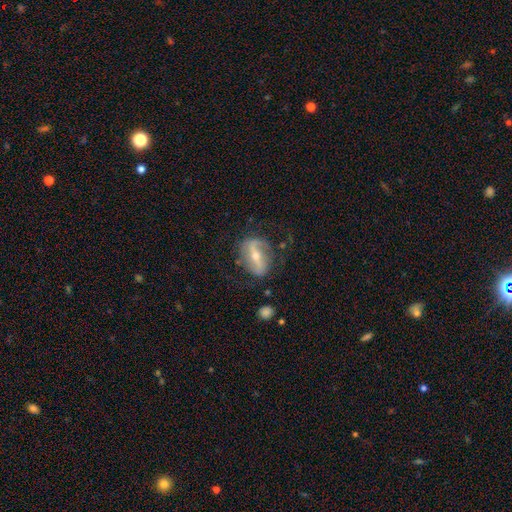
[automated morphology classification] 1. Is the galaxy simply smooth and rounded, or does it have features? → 74% featured or disk, 20% smooth, 7% star or artifact.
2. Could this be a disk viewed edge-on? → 86% no, 14% yes.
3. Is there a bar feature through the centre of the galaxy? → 68% strong, 20% weak, 12% no.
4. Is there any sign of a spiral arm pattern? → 69% yes, 31% no.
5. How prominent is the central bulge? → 53% small, 44% moderate, 2% large, 1% none, 1% dominant.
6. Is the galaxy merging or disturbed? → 69% none, 19% minor disturbance, 10% major disturbance, 2% merger.